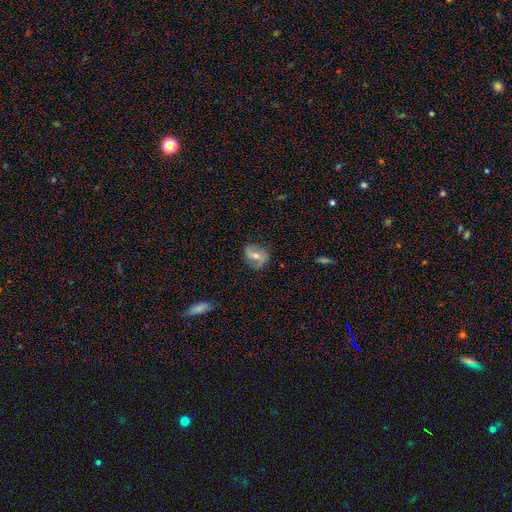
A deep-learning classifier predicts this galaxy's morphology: This is likely a featured or disk galaxy (62%). It is clearly not viewed edge-on (94%). Bar: marginally weak (38%). Spiral arm pattern: clearly yes (80%). Central bulge: possibly moderate (49%). Merging: likely none (73%).